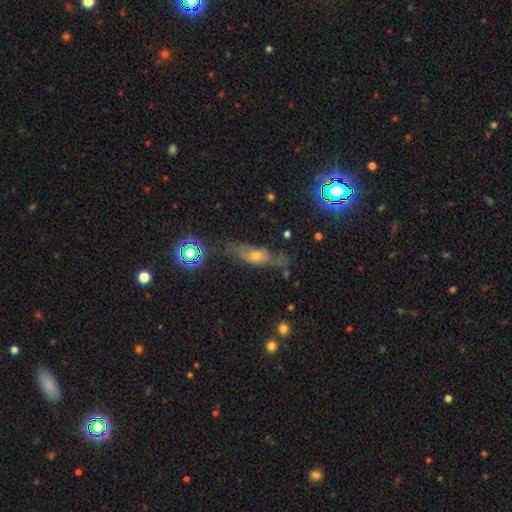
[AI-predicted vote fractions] Smooth or featured: smooth — 42% (featured or disk — 40%)
Merging: none — 58% (minor disturbance — 24%)